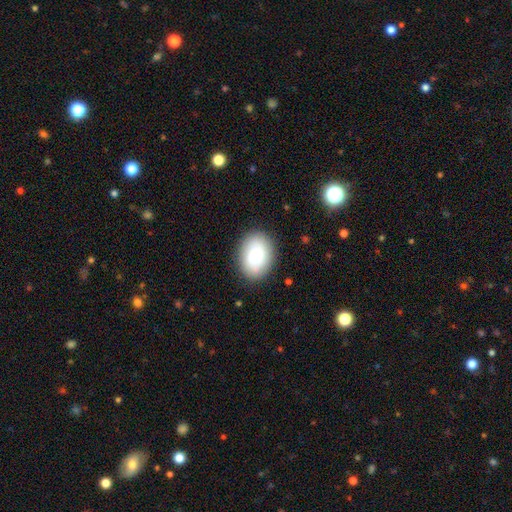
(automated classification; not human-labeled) This appears to be a smooth galaxy with no disk features (80%) that is in between round and cigar-shaped (68%). Merging: none (85%).